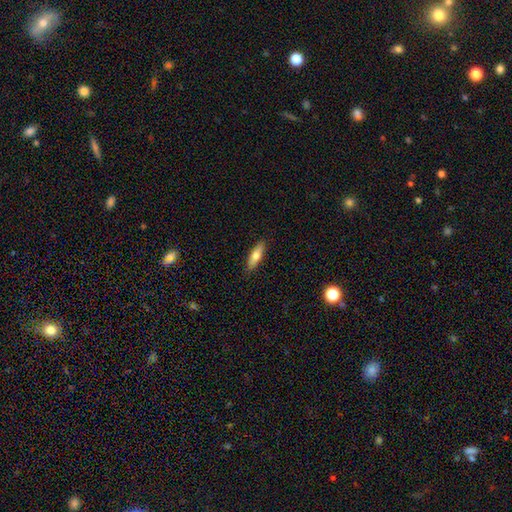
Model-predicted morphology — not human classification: A smooth galaxy with no disk features (68%) that is cigar-shaped (54%). Merging: none (89%).